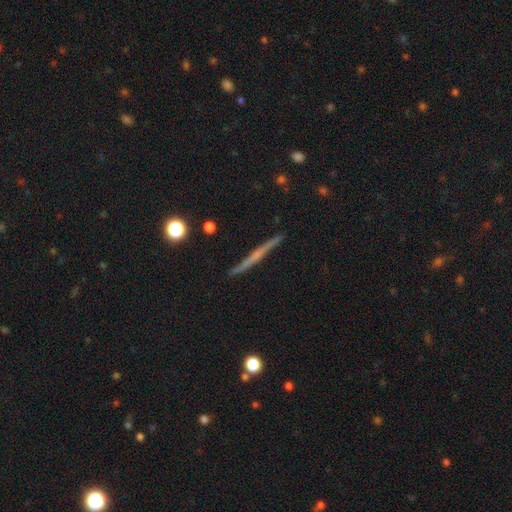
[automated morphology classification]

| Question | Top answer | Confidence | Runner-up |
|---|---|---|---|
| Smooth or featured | featured or disk | 68% | smooth (24%) |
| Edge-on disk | yes | 98% | no (2%) |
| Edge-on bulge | none | 54% | rounded (37%) |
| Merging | none | 91% | minor disturbance (6%) |